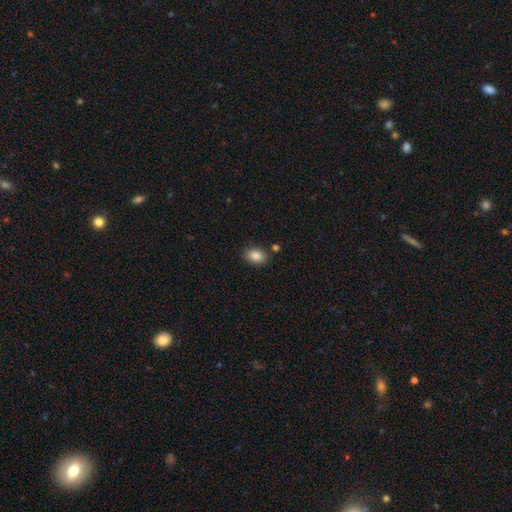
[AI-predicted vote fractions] Smooth or featured?
  - smooth: 87% *
  - star or artifact: 8%
  - featured or disk: 5%
How rounded?
  - in between: 79% *
  - round: 19%
  - cigar-shaped: 1%
Merging?
  - none: 82% *
  - minor disturbance: 11%
  - merger: 4%
  - major disturbance: 3%